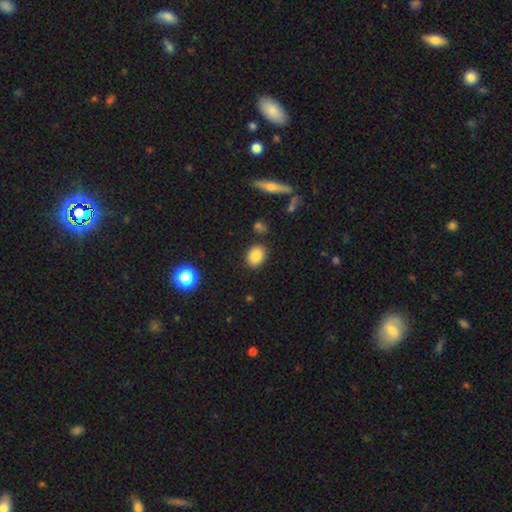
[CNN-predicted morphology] This is clearly a smooth galaxy (84%). How rounded: likely in between (61%). Merging: clearly none (84%).